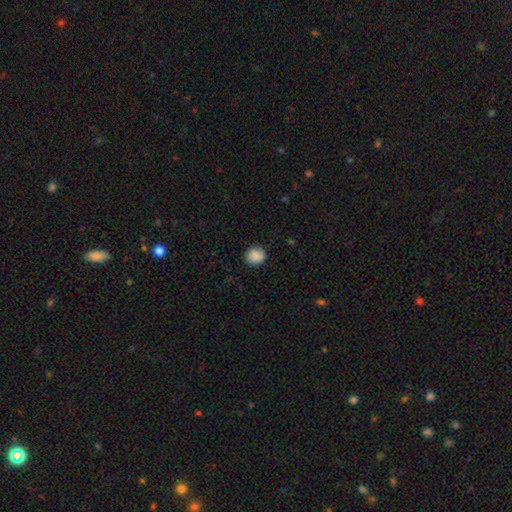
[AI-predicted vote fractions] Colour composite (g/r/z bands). It shows a smooth galaxy with no disk features (88%) that is round (81%). Merging: none (86%).